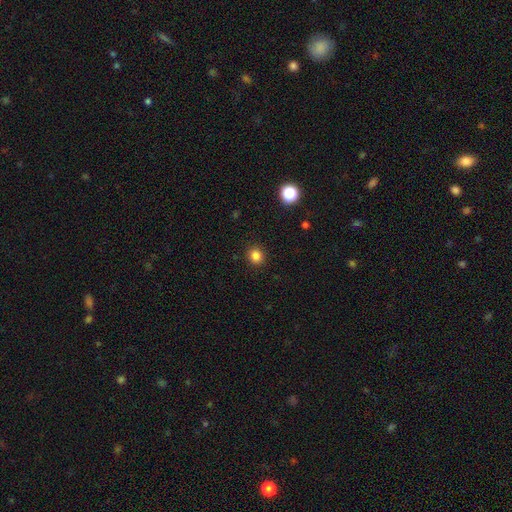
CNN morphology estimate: This is clearly a smooth galaxy (83%). How rounded: clearly round (85%). Merging: clearly none (92%).